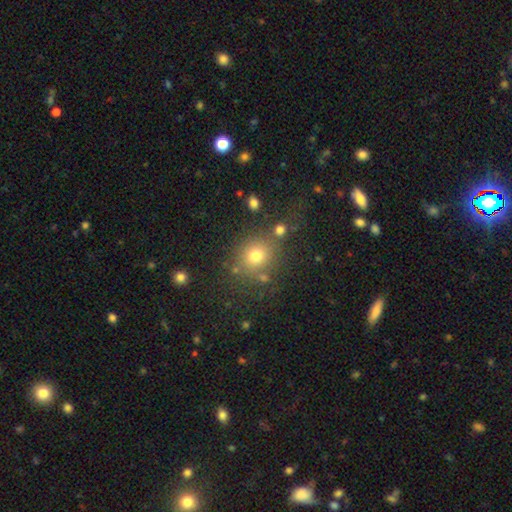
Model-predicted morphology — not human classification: smooth_or_featured: smooth (p=0.74) [alt: star or artifact p=0.17]
how_rounded: round (p=0.80) [alt: in between p=0.19]
merging: none (p=0.74) [alt: minor disturbance p=0.11]